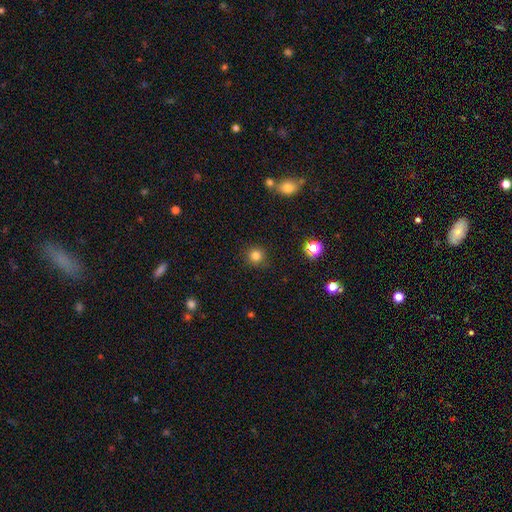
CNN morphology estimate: smooth_or_featured: smooth (p=0.82) [alt: star or artifact p=0.13]
how_rounded: round (p=0.94) [alt: in between p=0.05]
merging: none (p=0.89) [alt: minor disturbance p=0.07]